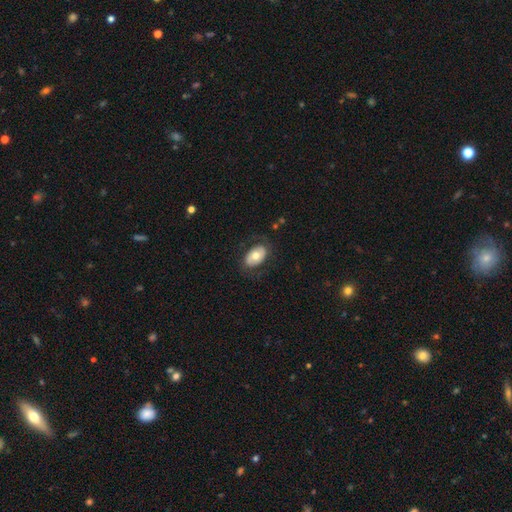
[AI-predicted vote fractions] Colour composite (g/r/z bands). It shows a smooth galaxy with no disk features (60%) that is in between round and cigar-shaped (90%). Merging: none (77%).